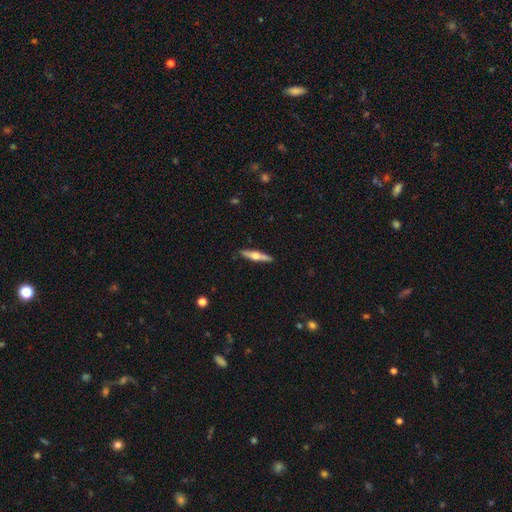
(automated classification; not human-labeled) Smooth or featured?
  - featured or disk: 60% *
  - smooth: 35%
  - star or artifact: 5%
Edge-on disk?
  - yes: 96% *
  - no: 4%
Edge-on bulge?
  - rounded: 93% *
  - boxy: 4%
  - none: 3%
Merging?
  - none: 90% *
  - minor disturbance: 7%
  - major disturbance: 2%
  - merger: 1%